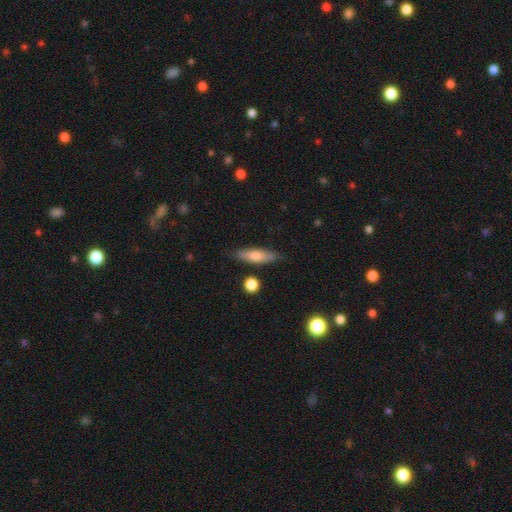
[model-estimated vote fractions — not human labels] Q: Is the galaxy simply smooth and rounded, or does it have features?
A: smooth — 62%.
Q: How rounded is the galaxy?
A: cigar-shaped — 70%.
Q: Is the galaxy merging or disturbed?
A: none — 85%.